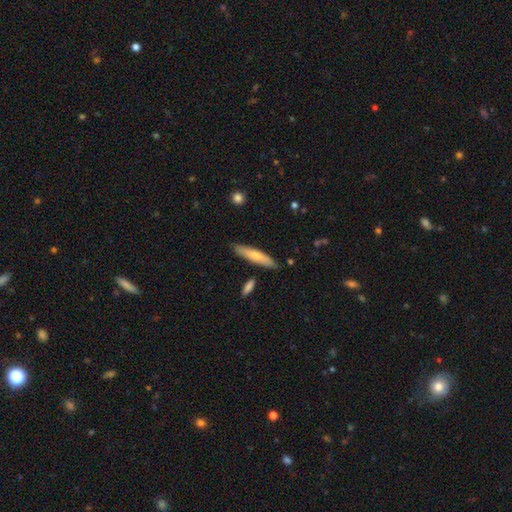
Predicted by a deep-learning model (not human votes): smooth 68%, featured or disk 27%, star or artifact 5%. Down the decision tree: how rounded — cigar-shaped (84%); merging — none (85%).